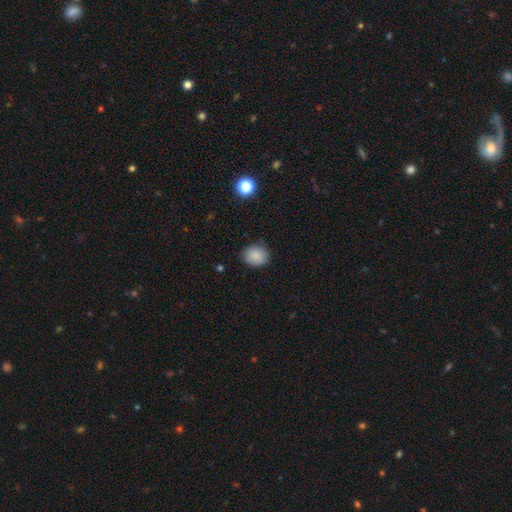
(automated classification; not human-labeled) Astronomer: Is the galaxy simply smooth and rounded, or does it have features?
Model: smooth — 87%.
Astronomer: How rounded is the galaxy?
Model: round — 71%.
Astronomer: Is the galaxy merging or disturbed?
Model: none — 83%.